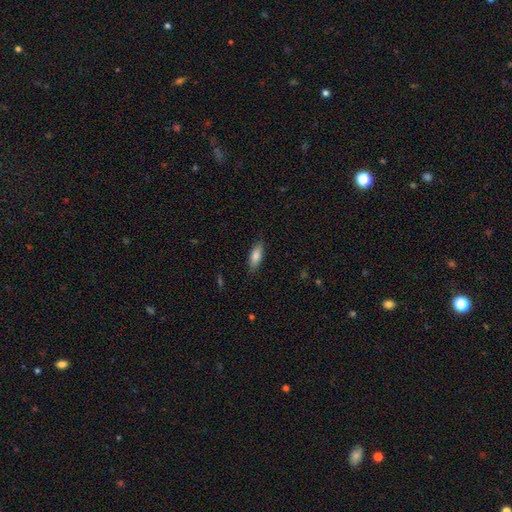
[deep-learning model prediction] Smooth or featured: smooth — 81% (featured or disk — 13%)
How rounded: in between — 65% (cigar-shaped — 33%)
Merging: none — 84% (minor disturbance — 12%)